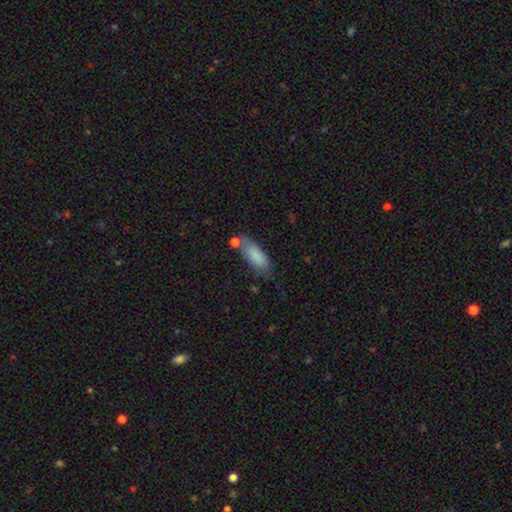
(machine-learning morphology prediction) smooth_or_featured: smooth (p=0.84) [alt: featured or disk p=0.09]
how_rounded: in between (p=0.73) [alt: cigar-shaped p=0.25]
merging: none (p=0.59) [alt: minor disturbance p=0.22]